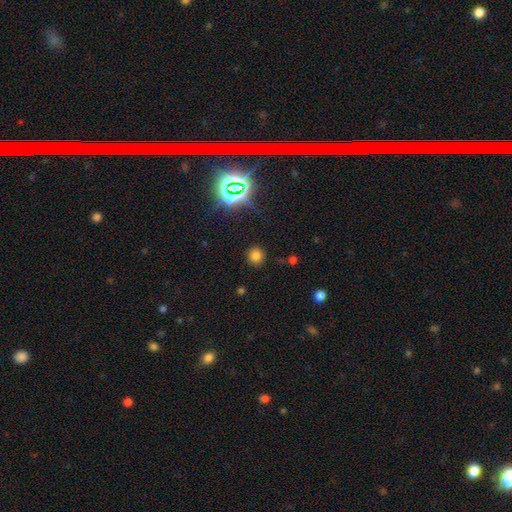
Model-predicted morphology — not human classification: Smooth or featured: smooth — 71% (star or artifact — 23%)
How rounded: round — 92% (in between — 7%)
Merging: none — 88% (minor disturbance — 7%)